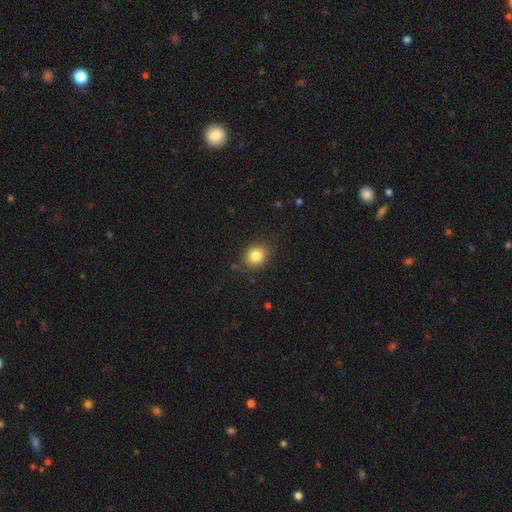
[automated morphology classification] This is clearly a smooth galaxy (83%). How rounded: likely round (69%). Merging: clearly none (85%).